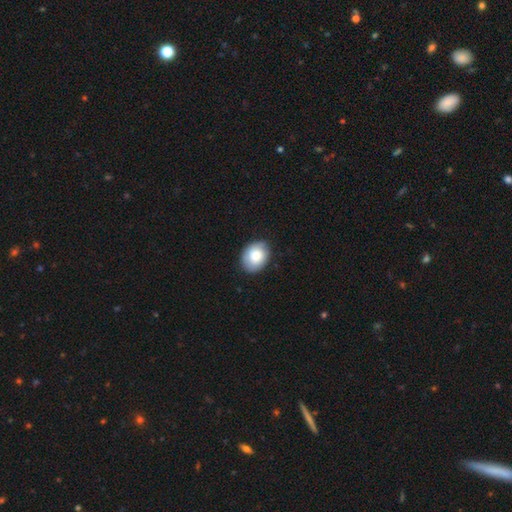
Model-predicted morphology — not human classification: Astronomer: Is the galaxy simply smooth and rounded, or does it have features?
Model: smooth — 79%.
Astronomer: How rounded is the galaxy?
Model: in between — 57% (runner-up: round, 42%).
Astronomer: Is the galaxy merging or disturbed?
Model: none — 82%.